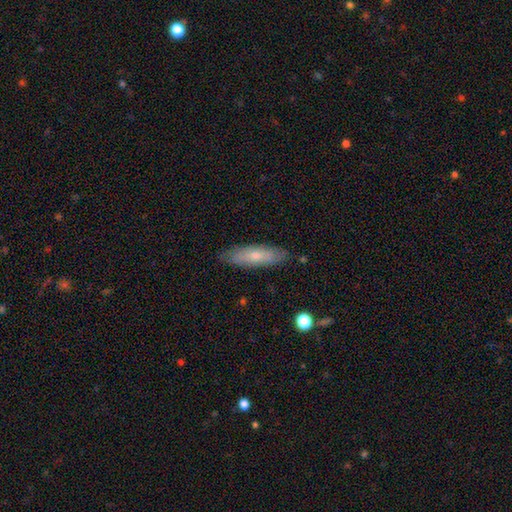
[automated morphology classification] Smooth or featured: smooth — 65% (featured or disk — 29%)
How rounded: cigar-shaped — 60% (in between — 38%)
Merging: none — 83% (minor disturbance — 13%)